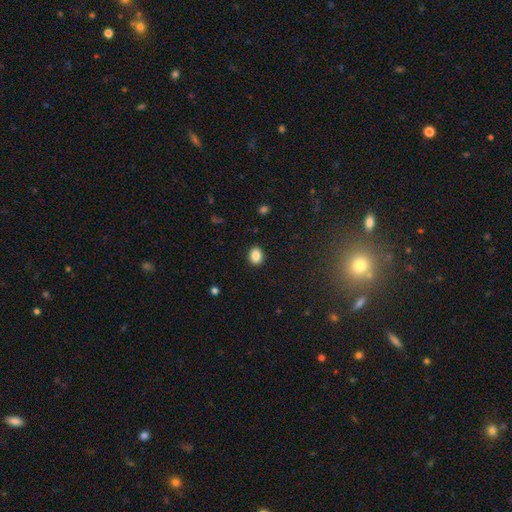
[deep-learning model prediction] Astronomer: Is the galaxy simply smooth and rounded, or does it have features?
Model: smooth — 87%.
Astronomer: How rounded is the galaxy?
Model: in between — 50% (runner-up: round, 49%).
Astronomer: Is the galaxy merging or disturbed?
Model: none — 90%.